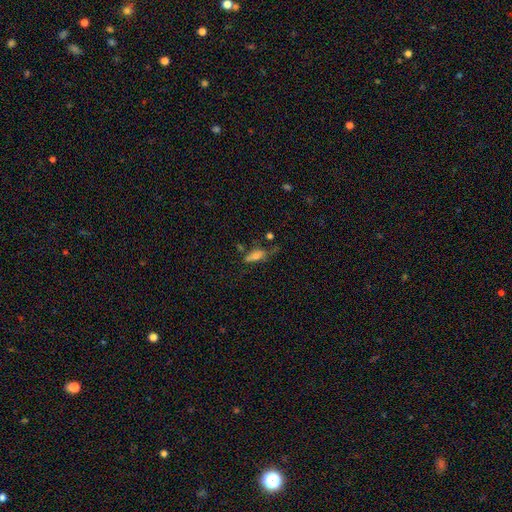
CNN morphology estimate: Q: Smooth or featured?
A: smooth (57%); runner-up: featured or disk (27%)
Q: How rounded?
A: in between (59%); runner-up: cigar-shaped (36%)
Q: Merging?
A: none (44%); runner-up: minor disturbance (26%)